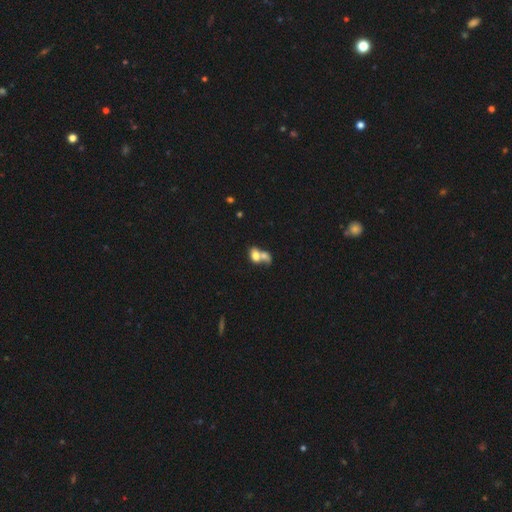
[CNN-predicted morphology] type=smooth (72%); roundness=in between (66%); merging=merger (71%).